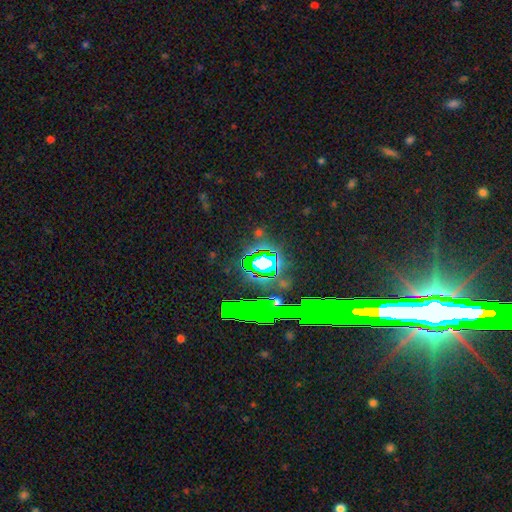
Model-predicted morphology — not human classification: Smooth or featured: star or artifact — 73% (smooth — 15%)